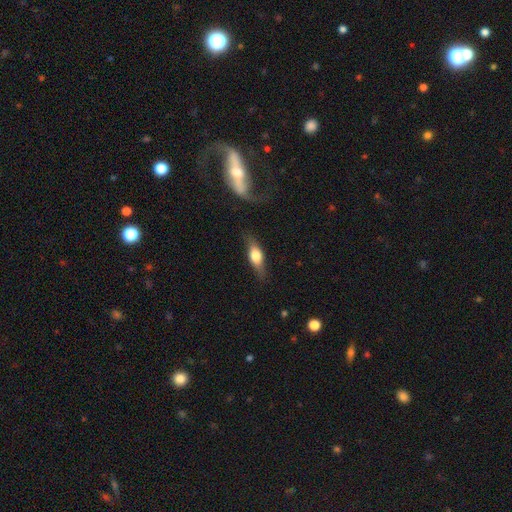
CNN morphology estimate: smooth 50%, featured or disk 44%, star or artifact 7%. Down the decision tree: merging — none (73%).